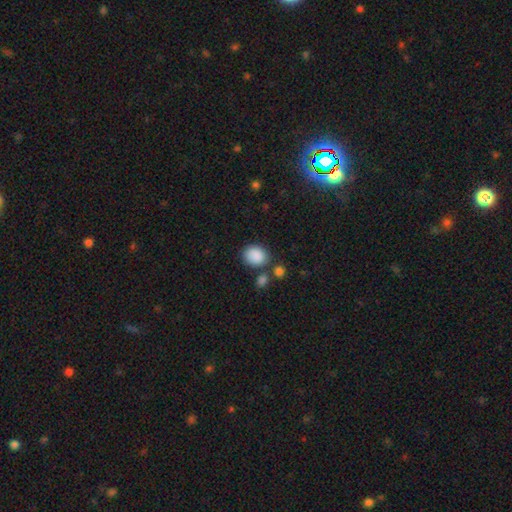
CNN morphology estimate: smooth_or_featured: smooth (p=0.87) [alt: star or artifact p=0.08]
how_rounded: round (p=0.51) [alt: in between p=0.48]
merging: none (p=0.69) [alt: minor disturbance p=0.15]